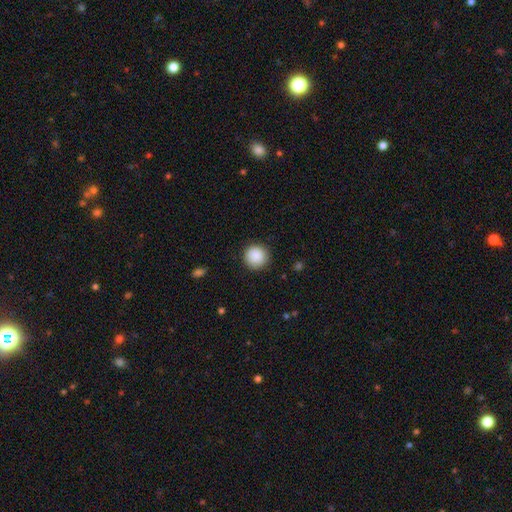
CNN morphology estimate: A smooth galaxy with no disk features (89%) that is round (95%).

Vote fractions:
- Smooth or featured? smooth: 89% / star or artifact: 8% / featured or disk: 3%
- How rounded? round: 95% / in between: 4% / cigar-shaped: 1%
- Merging? none: 90% / minor disturbance: 7% / major disturbance: 2% / merger: 1%